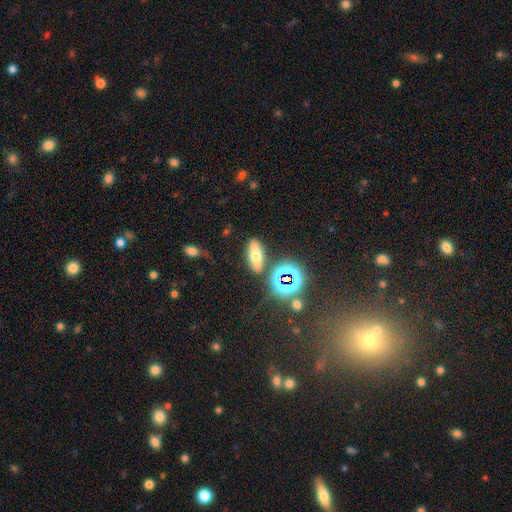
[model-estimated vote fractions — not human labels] A smooth galaxy with no disk features (56%) that is in between round and cigar-shaped (69%). Merging: none (80%).